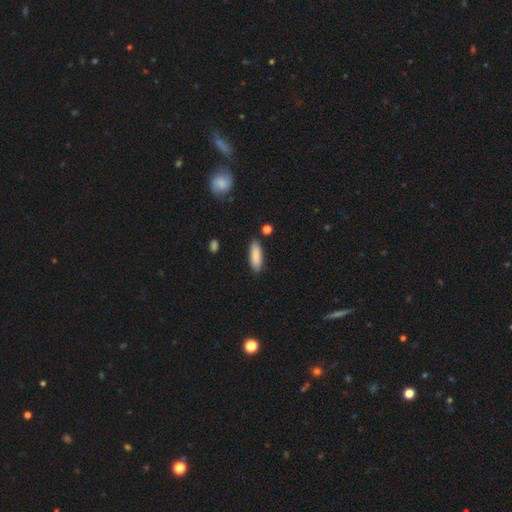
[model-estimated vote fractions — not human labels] Smooth or featured: smooth — 87% (featured or disk — 7%)
How rounded: in between — 60% (cigar-shaped — 39%)
Merging: none — 84% (minor disturbance — 11%)